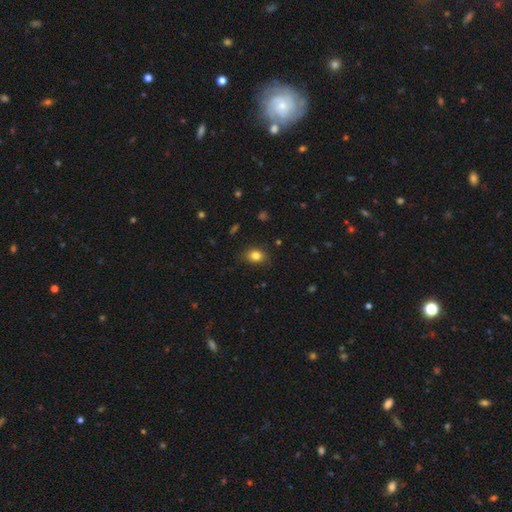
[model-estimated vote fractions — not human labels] This is clearly a smooth galaxy (83%). How rounded: likely in between (63%). Merging: clearly none (83%).